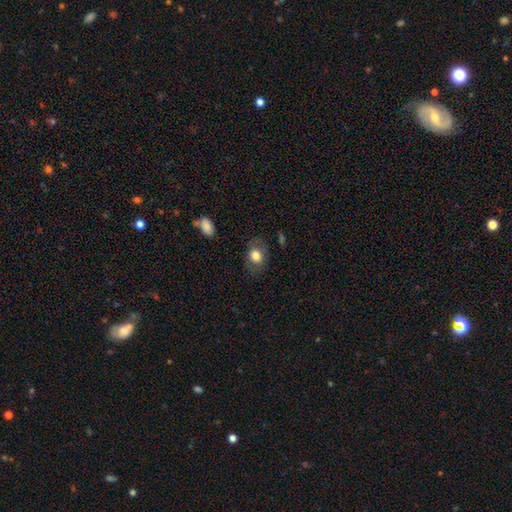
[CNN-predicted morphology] Q: Smooth or featured?
A: smooth (75%); runner-up: featured or disk (17%)
Q: How rounded?
A: in between (62%); runner-up: round (37%)
Q: Merging?
A: none (77%); runner-up: minor disturbance (15%)